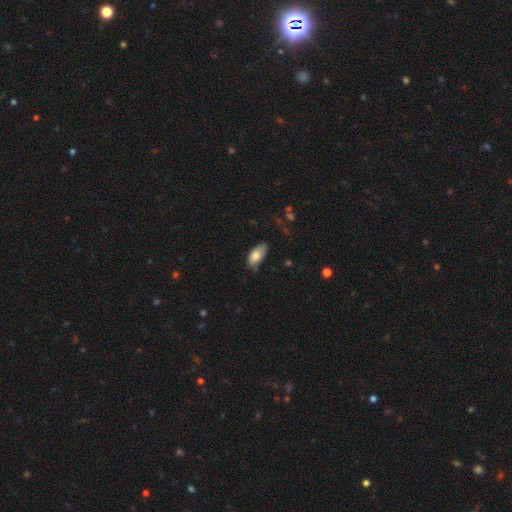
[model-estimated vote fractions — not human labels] Smooth or featured: smooth — 80% (featured or disk — 13%)
How rounded: in between — 91% (cigar-shaped — 6%)
Merging: none — 55% (minor disturbance — 34%)